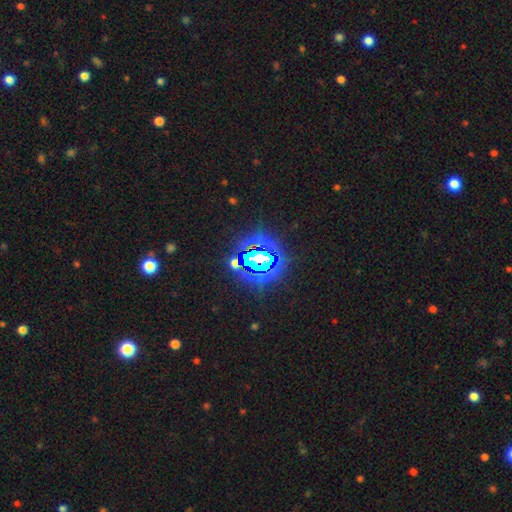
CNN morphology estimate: This appears to be a star or artifact, not a galaxy (83%).